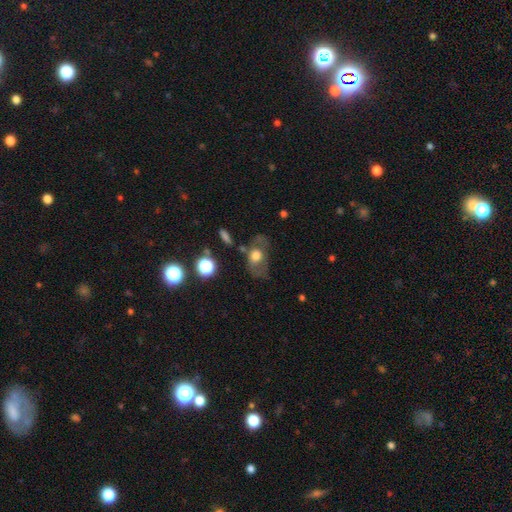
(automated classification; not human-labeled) A smooth galaxy with no disk features (55%) that is in between round and cigar-shaped (67%). Merging: none (53%).